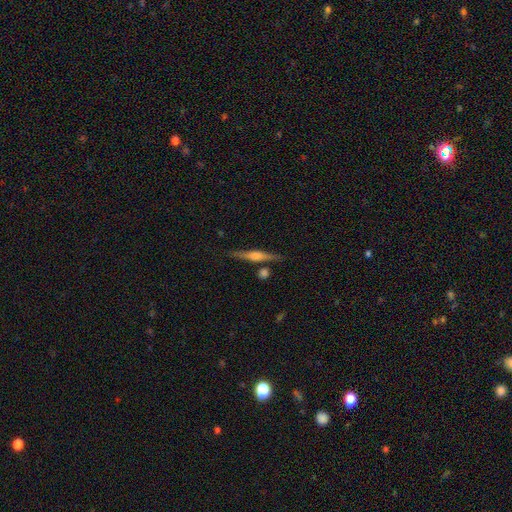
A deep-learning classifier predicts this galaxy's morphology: featured or disk 71%, smooth 22%, star or artifact 7%. Down the decision tree: edge-on disk — yes (97%); edge-on bulge — rounded (73%); merging — none (84%).